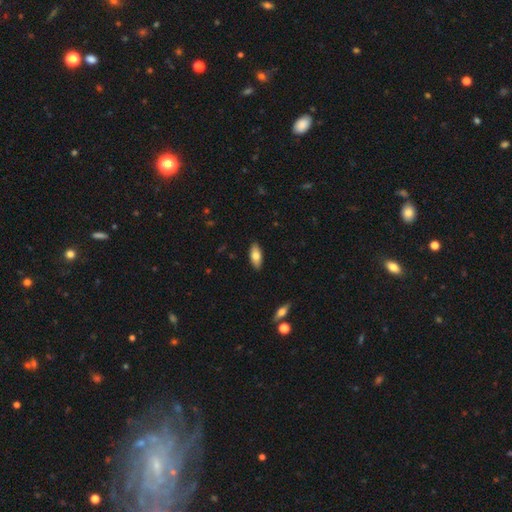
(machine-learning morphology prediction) Overall: smooth (76%). How rounded: in between (83%). Merging: none (89%).